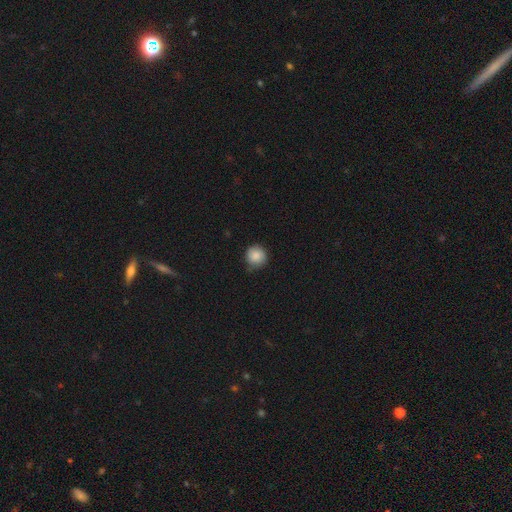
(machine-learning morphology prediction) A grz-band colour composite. It shows a smooth galaxy with no disk features (86%) that is round (94%). Merging: none (80%).